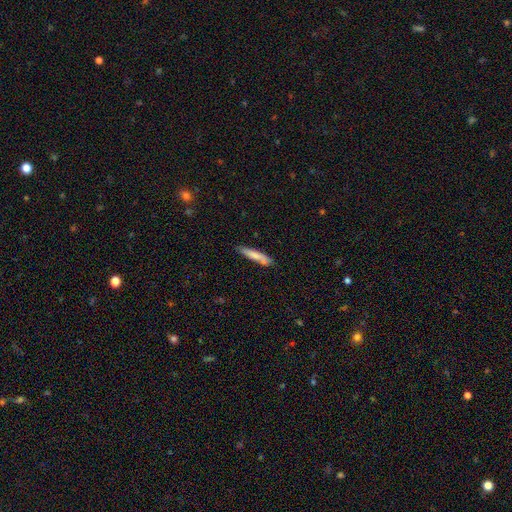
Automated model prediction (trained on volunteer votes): Morphology: type=smooth (77%); roundness=cigar-shaped (89%); merging=none (79%).